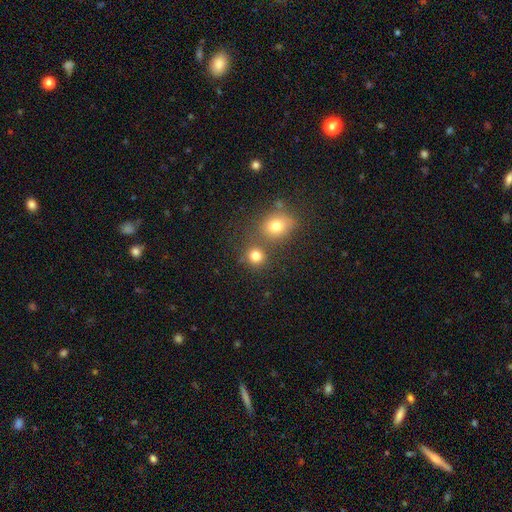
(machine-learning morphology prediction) Q: Smooth or featured?
A: smooth (80%); runner-up: star or artifact (14%)
Q: How rounded?
A: round (84%); runner-up: in between (15%)
Q: Merging?
A: none (63%); runner-up: merger (25%)